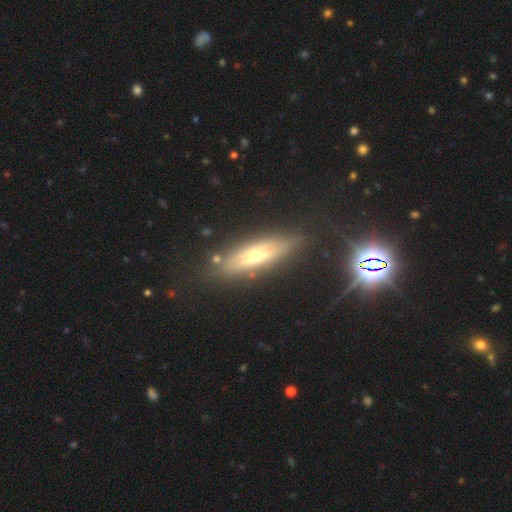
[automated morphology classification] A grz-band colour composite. It shows a featured or disk galaxy (64%) viewed edge-on (86%) with a rounded central bulge (67%). Merging: none (80%).